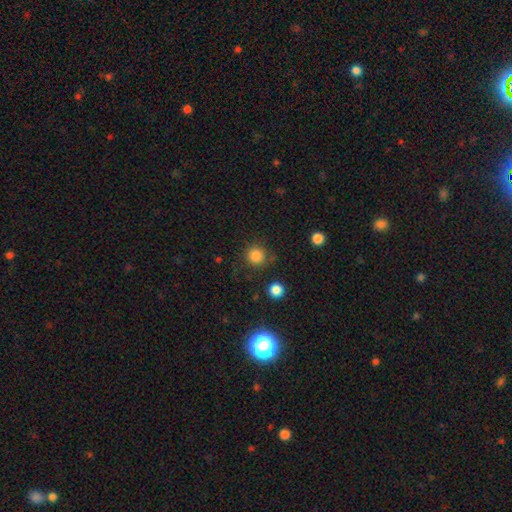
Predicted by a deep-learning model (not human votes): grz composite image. It shows a smooth galaxy with no disk features (84%) that is round (93%). Merging: none (82%).